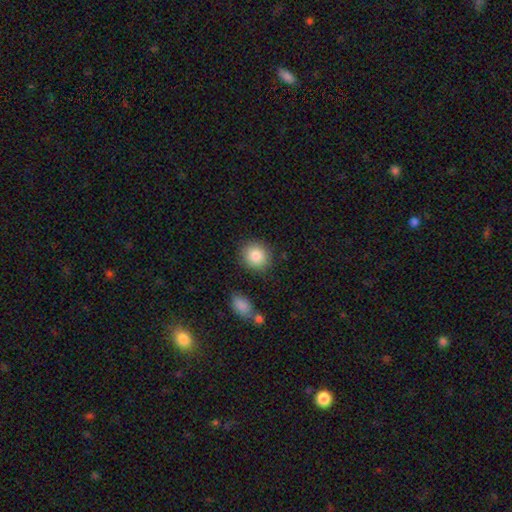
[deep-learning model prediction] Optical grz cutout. It shows a smooth galaxy with no disk features (87%) that is round (80%). Merging: none (85%).